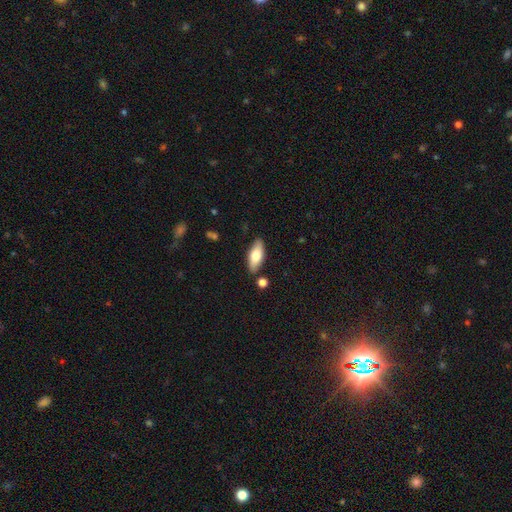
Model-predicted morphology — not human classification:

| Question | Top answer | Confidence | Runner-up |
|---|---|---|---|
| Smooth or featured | smooth | 73% | featured or disk (21%) |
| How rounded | in between | 78% | cigar-shaped (19%) |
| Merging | none | 83% | minor disturbance (11%) |